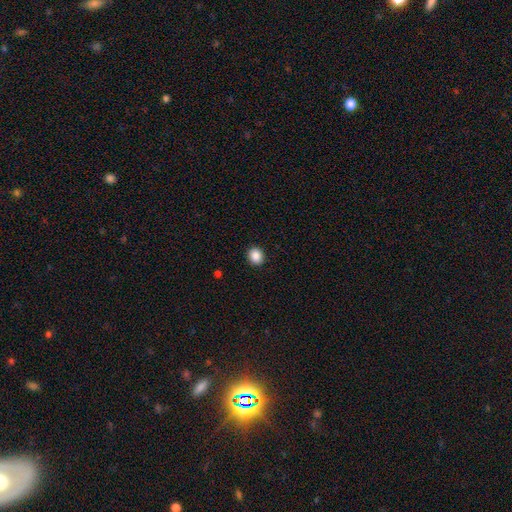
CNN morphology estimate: type=smooth (88%); roundness=round (77%); merging=none (92%).